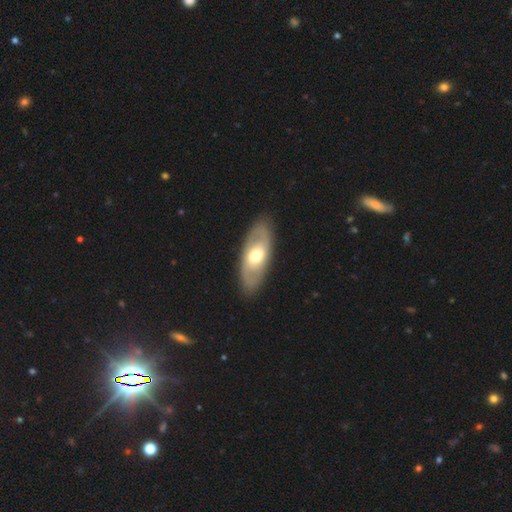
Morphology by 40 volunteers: smooth-or-featured: featured or disk: 57% | smooth: 40% | star or artifact: 2%
  disk-edge-on: no: 91% | yes: 9%
    bar: no: 67% | weak: 24% | strong: 10%
    has-spiral-arms: no: 67% | yes: 33%
    bulge-size: moderate: 71% | large: 19% | small: 10% | dominant: 0% | none: 0%
  merging: none: 95% | minor disturbance: 3% | major disturbance: 3% | merger: 0%